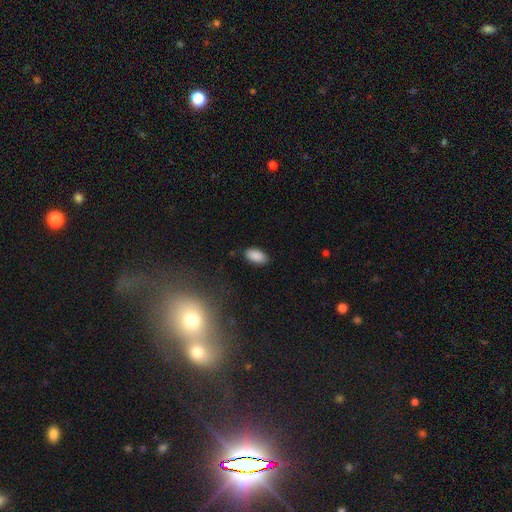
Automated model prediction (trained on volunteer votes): Smooth or featured? Predicted: smooth (p=0.88). How rounded? Predicted: in between (p=0.94). Merging? Predicted: none (p=0.86).